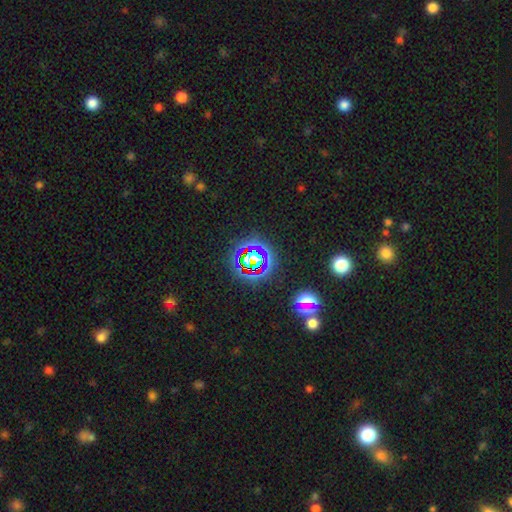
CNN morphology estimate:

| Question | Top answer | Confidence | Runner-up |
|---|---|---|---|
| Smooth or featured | star or artifact | 69% | smooth (17%) |